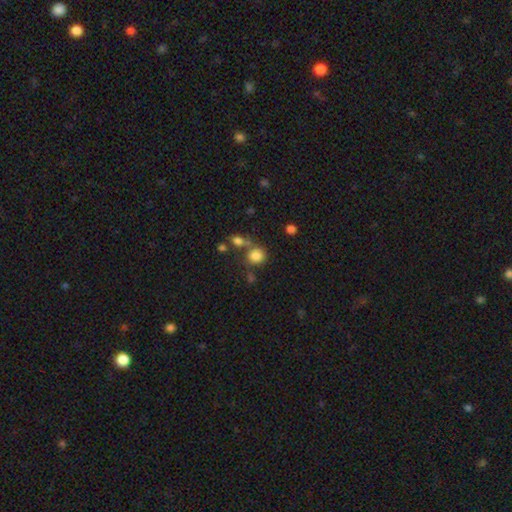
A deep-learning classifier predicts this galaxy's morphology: This is clearly a smooth galaxy (82%). How rounded: clearly round (84%). Merging: likely none (63%).